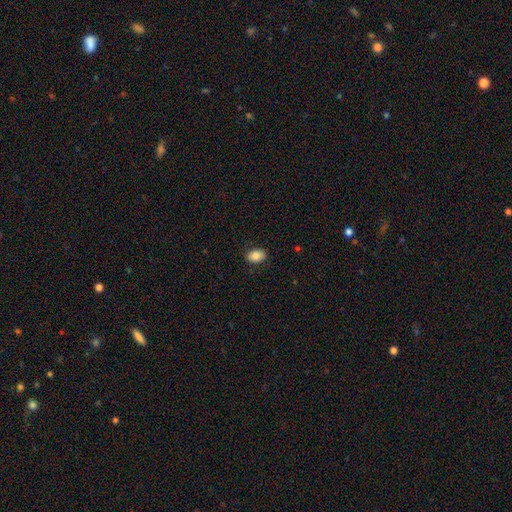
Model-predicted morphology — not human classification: Smooth or featured: smooth — 85% (star or artifact — 8%)
How rounded: in between — 82% (round — 17%)
Merging: none — 86% (minor disturbance — 11%)